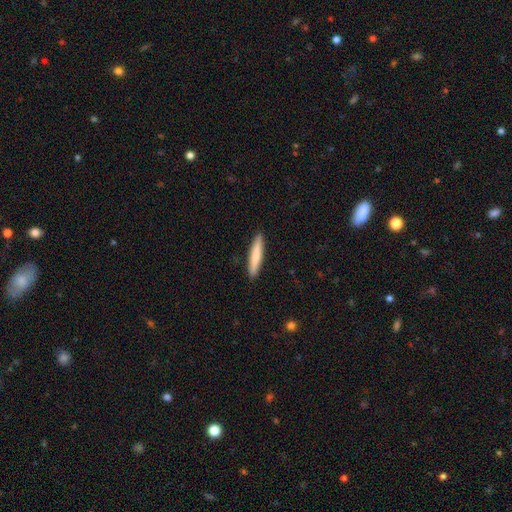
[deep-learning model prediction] The model was most divided on "smooth or featured": smooth: 76%, featured or disk: 19%, star or artifact: 5%. More confident: how rounded — cigar-shaped (93%); merging — none (91%).